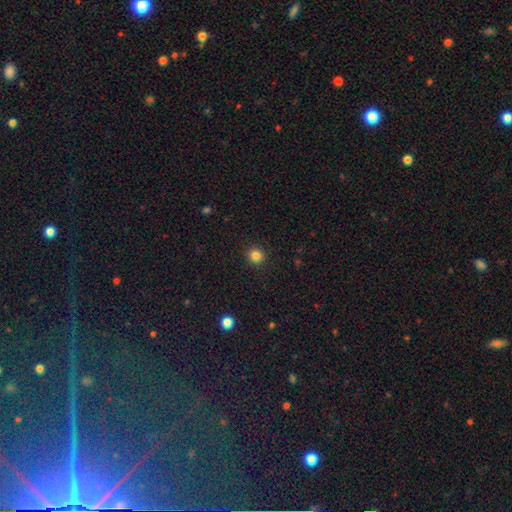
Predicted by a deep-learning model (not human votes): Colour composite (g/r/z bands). It shows a smooth galaxy with no disk features (84%) that is round (91%). Merging: none (92%).